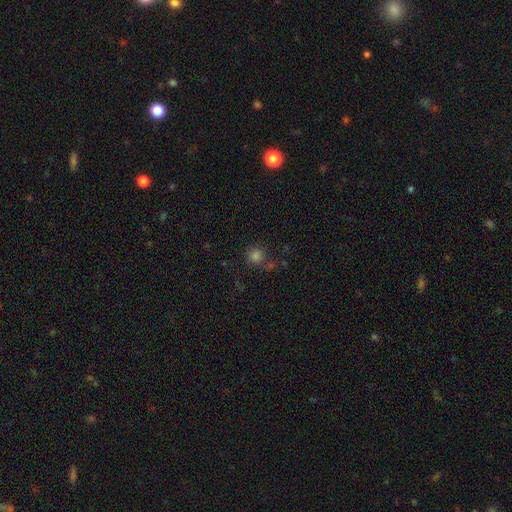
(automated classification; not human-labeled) smooth 77%, star or artifact 18%, featured or disk 6%. Down the decision tree: how rounded — round (90%); merging — none (68%).